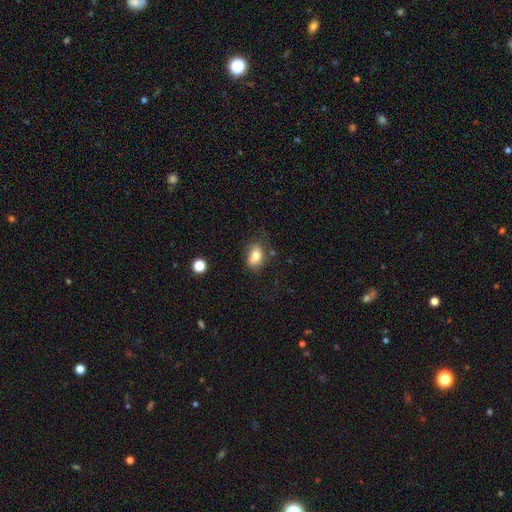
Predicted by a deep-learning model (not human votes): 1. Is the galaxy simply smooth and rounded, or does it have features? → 78% smooth, 12% featured or disk, 9% star or artifact.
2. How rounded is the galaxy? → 78% in between, 21% round, 2% cigar-shaped.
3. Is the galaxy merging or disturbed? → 63% none, 23% minor disturbance, 8% merger, 6% major disturbance.